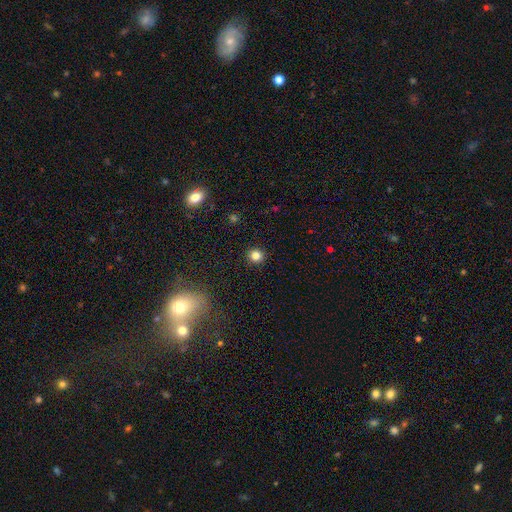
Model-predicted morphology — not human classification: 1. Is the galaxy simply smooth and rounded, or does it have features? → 82% smooth, 13% star or artifact, 5% featured or disk.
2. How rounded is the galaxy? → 92% round, 7% in between, 1% cigar-shaped.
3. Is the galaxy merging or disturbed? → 92% none, 5% minor disturbance, 2% major disturbance, 1% merger.